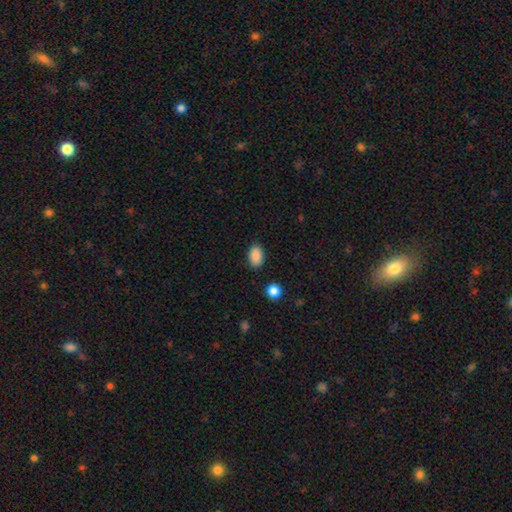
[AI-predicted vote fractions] Smooth or featured? smooth (89%)
How rounded? in between (89%)
Merging? none (87%)